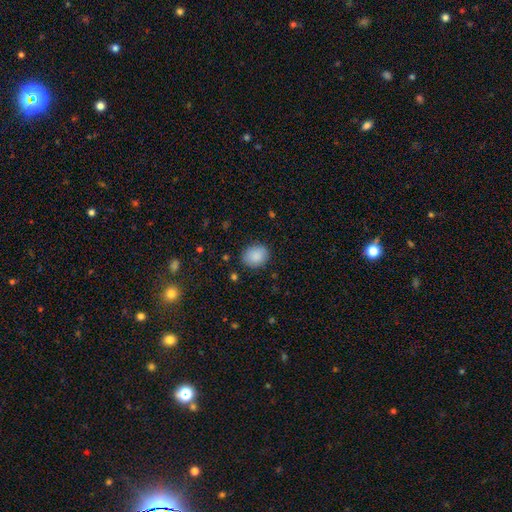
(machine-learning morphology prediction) Overall: smooth (88%). How rounded: round (58%; in between 41%). Merging: none (85%).